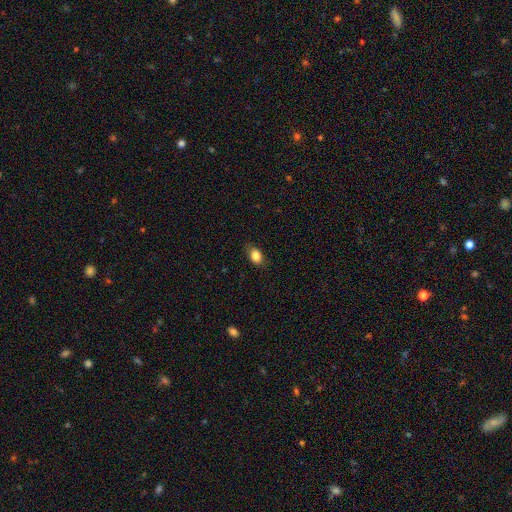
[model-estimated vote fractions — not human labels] smooth 85%, star or artifact 8%, featured or disk 6%. Down the decision tree: how rounded — in between (83%); merging — none (81%).